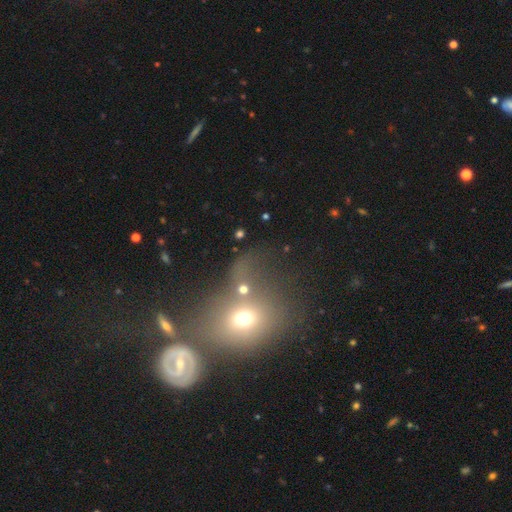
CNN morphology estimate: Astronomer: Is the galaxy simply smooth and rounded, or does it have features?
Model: smooth — 43% (runner-up: star or artifact, 38%).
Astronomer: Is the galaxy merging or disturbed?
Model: none — 42% (runner-up: merger, 33%).